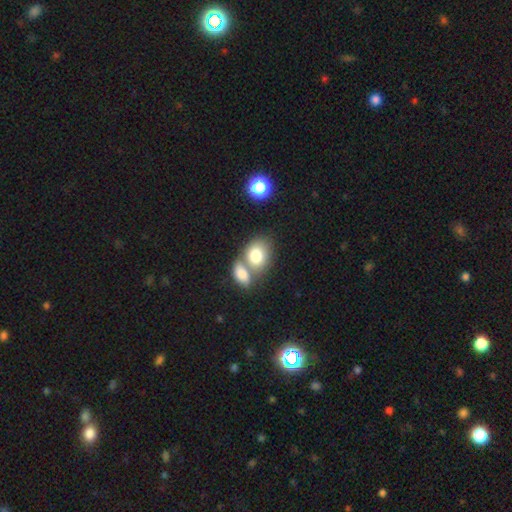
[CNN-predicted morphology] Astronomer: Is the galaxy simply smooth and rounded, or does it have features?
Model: smooth — 78%.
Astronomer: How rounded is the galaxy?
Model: in between — 66%.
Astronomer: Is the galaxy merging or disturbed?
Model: merger — 53% (runner-up: none, 34%).